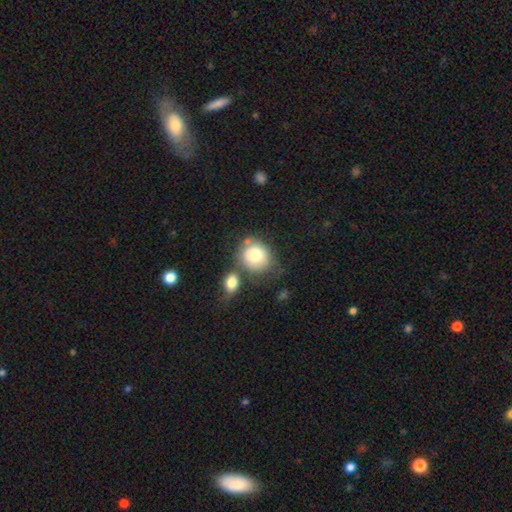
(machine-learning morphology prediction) This appears to be a smooth galaxy with no disk features (76%) that is round (77%). Merging: none (49%).